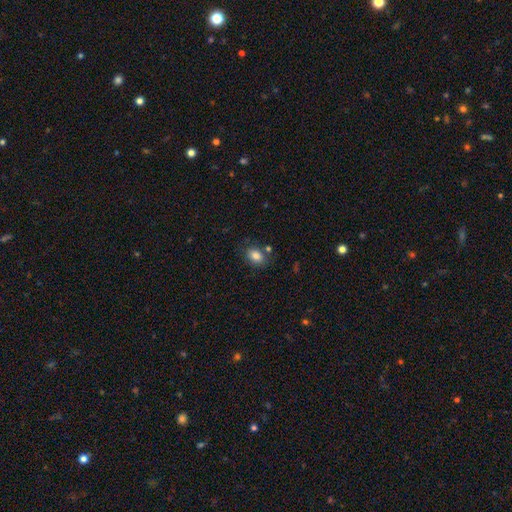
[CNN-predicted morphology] smooth_or_featured: smooth (p=0.84) [alt: star or artifact p=0.09]
how_rounded: in between (p=0.77) [alt: round p=0.21]
merging: none (p=0.76) [alt: minor disturbance p=0.13]